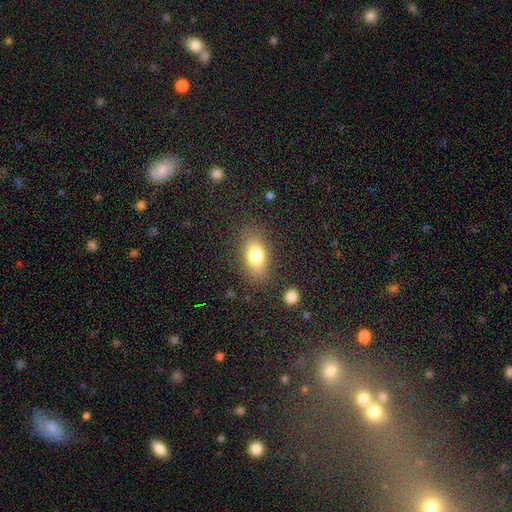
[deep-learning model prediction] Smooth or featured? Predicted: smooth (p=0.77). How rounded? Predicted: in between (p=0.83). Merging? Predicted: none (p=0.83).